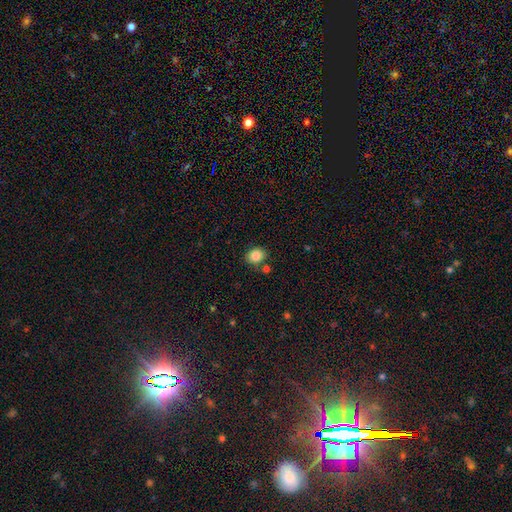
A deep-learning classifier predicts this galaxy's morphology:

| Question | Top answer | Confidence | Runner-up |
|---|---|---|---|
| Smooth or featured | smooth | 86% | star or artifact (10%) |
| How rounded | round | 60% | in between (39%) |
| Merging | none | 77% | minor disturbance (12%) |